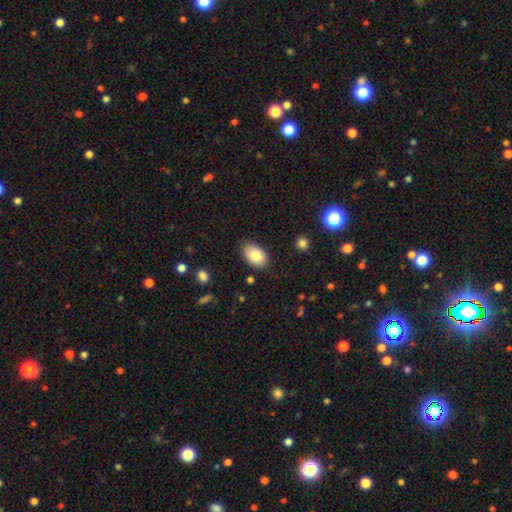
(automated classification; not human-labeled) This appears to be a smooth galaxy with no disk features (80%) that is in between round and cigar-shaped (90%). Merging: none (83%).